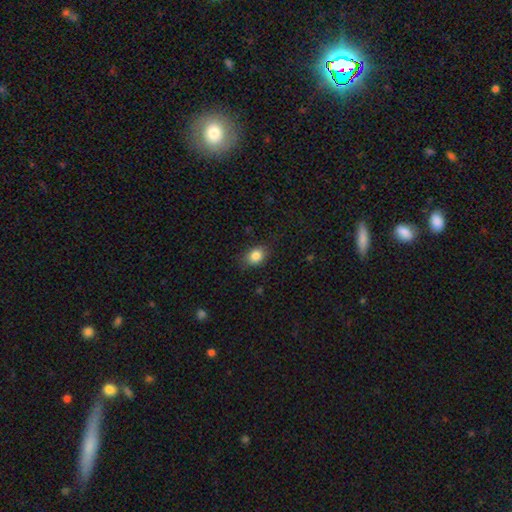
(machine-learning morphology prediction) Q: Smooth or featured?
A: smooth (85%); runner-up: star or artifact (9%)
Q: How rounded?
A: in between (63%); runner-up: round (36%)
Q: Merging?
A: none (81%); runner-up: minor disturbance (15%)